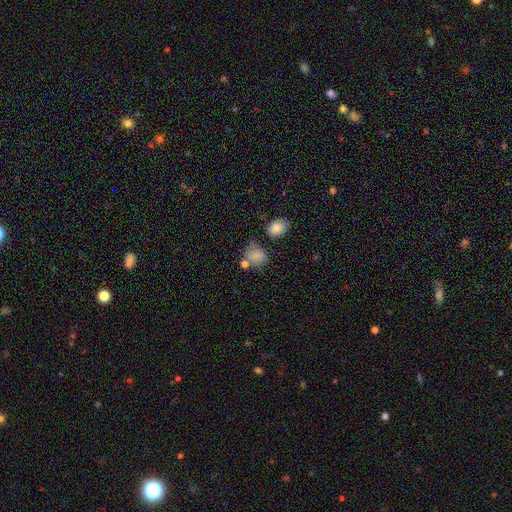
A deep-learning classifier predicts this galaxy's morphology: This appears to be a smooth galaxy with no disk features (77%) that is round (64%). Merging: none (48%).